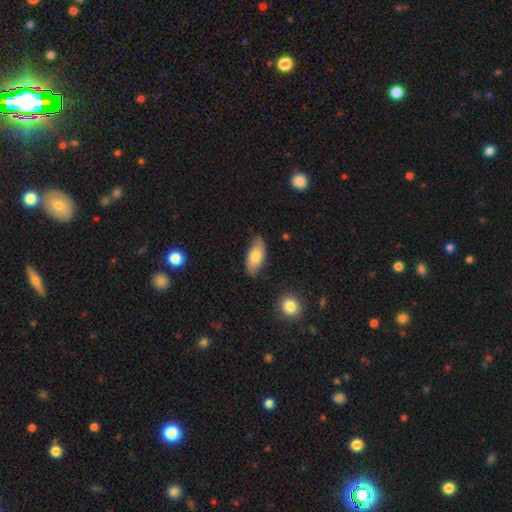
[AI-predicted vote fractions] Smooth or featured? smooth (77%)
How rounded? in between (90%)
Merging? none (79%)